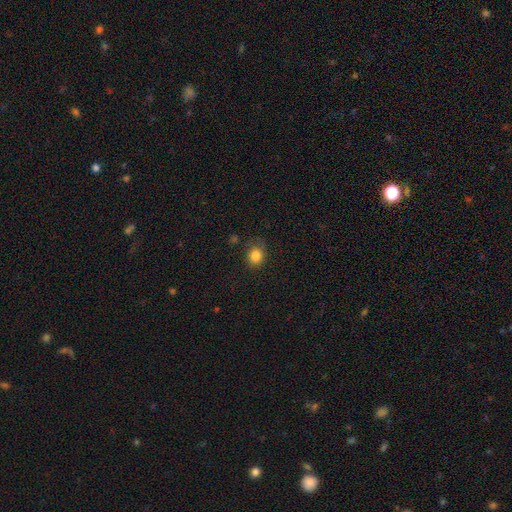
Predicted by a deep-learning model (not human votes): Smooth or featured? smooth (84%)
How rounded? round (67%)
Merging? none (71%)